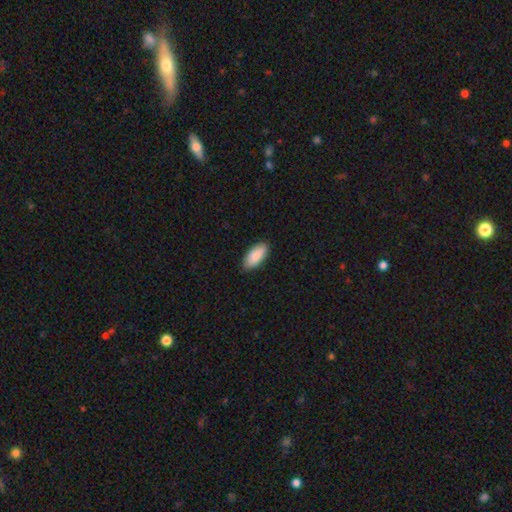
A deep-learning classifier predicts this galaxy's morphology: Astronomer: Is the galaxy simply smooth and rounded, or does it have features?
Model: smooth — 90%.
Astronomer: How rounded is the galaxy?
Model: in between — 89%.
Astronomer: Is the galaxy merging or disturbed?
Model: none — 87%.